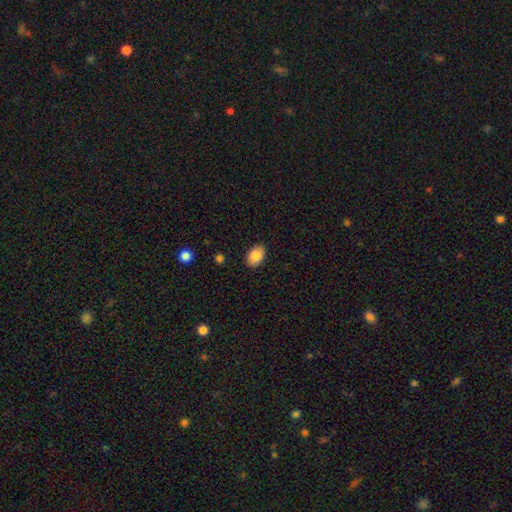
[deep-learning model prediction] smooth_or_featured: smooth (p=0.86) [alt: star or artifact p=0.07]
how_rounded: in between (p=0.82) [alt: round p=0.17]
merging: none (p=0.86) [alt: minor disturbance p=0.10]